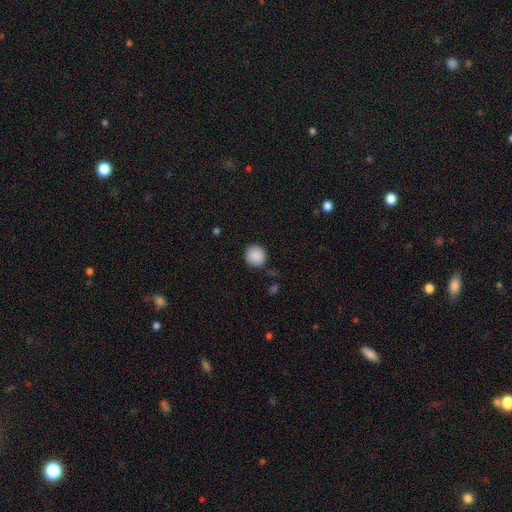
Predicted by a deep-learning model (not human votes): This is clearly a smooth galaxy (89%). How rounded: clearly round (92%). Merging: clearly none (86%).